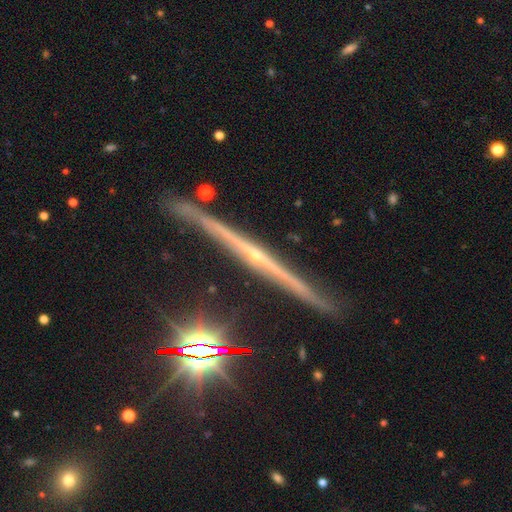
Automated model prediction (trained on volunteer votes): Morphology: type=featured or disk (83%); edge-on=yes (98%); edge-on bulge=rounded (60%); merging=none (86%).